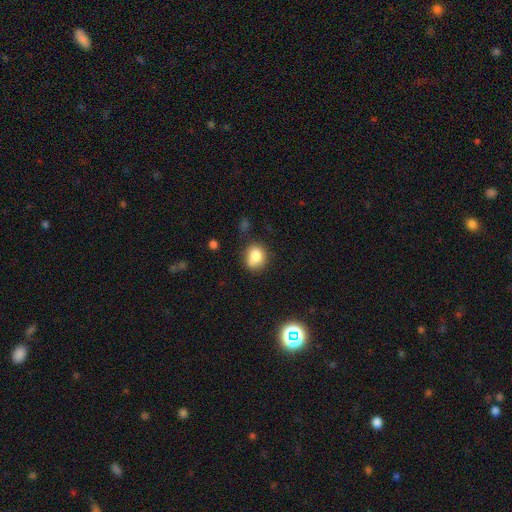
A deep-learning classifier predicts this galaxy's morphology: smooth_or_featured: smooth (p=0.80) [alt: star or artifact p=0.10]
how_rounded: round (p=0.67) [alt: in between p=0.32]
merging: none (p=0.60) [alt: minor disturbance p=0.22]